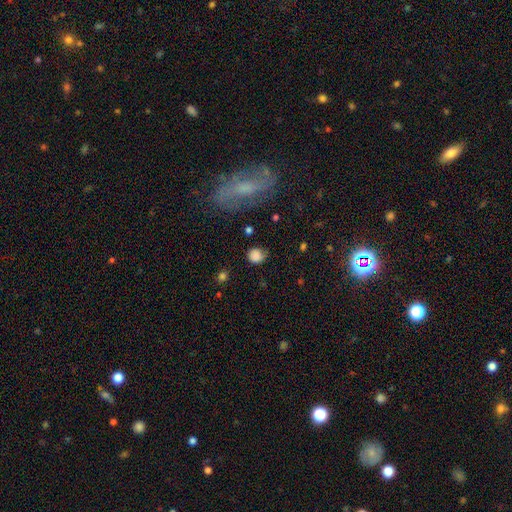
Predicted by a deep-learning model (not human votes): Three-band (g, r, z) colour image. It shows a smooth galaxy with no disk features (81%) that is round (83%). Merging: none (71%).